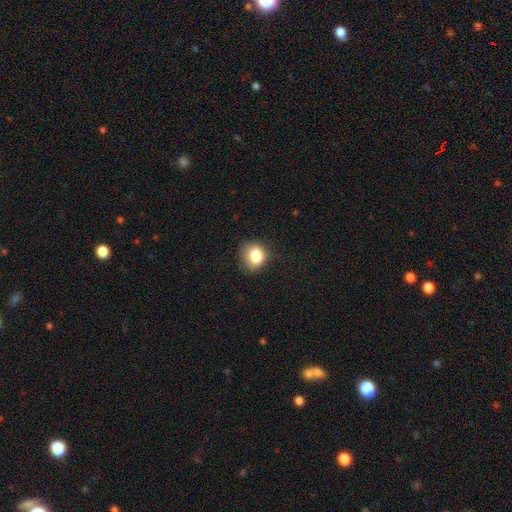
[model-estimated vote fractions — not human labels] This is clearly a smooth galaxy (81%). How rounded: likely round (69%). Merging: likely none (67%).